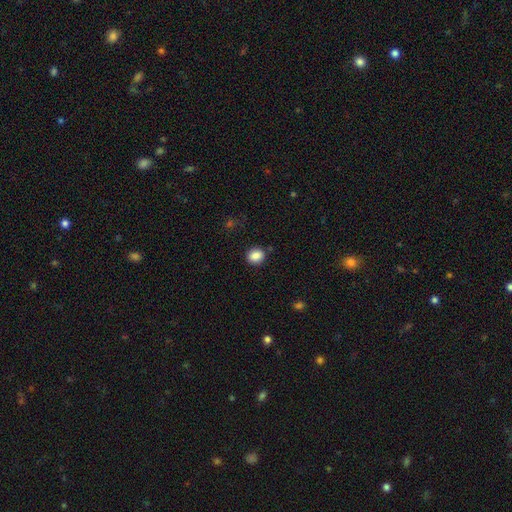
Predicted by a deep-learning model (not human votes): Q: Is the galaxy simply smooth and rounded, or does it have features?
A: smooth — 87%.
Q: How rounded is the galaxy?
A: round — 65%.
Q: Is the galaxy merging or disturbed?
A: none — 84%.